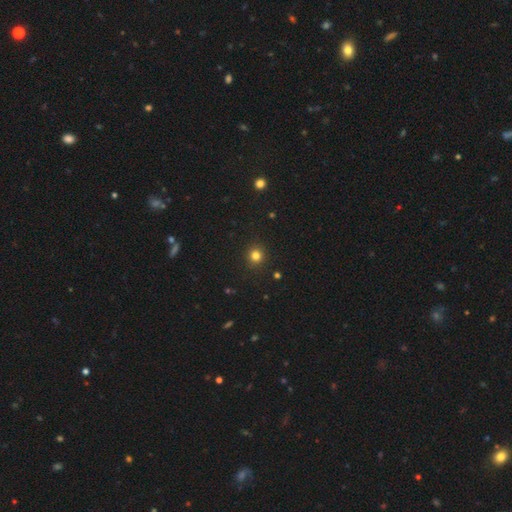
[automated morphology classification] smooth_or_featured: smooth (p=0.80) [alt: star or artifact p=0.15]
how_rounded: round (p=0.92) [alt: in between p=0.07]
merging: none (p=0.92) [alt: minor disturbance p=0.05]